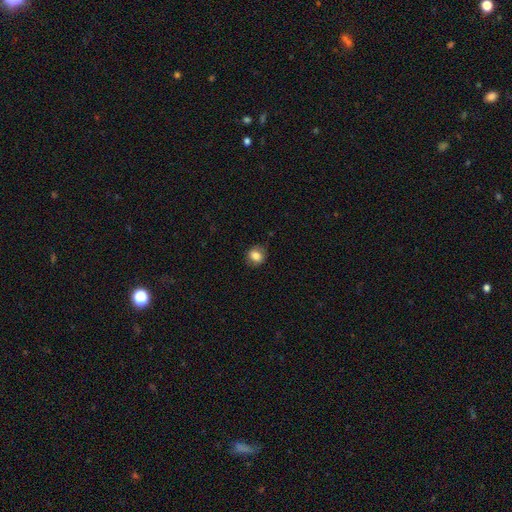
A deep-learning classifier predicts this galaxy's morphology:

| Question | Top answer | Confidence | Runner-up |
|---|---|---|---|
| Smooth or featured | smooth | 83% | star or artifact (10%) |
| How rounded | round | 71% | in between (28%) |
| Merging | none | 79% | minor disturbance (16%) |